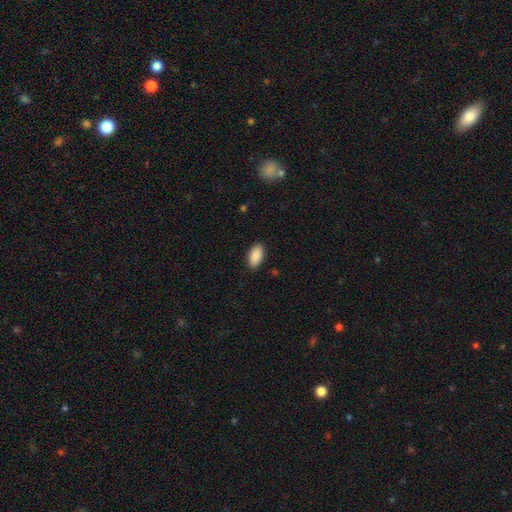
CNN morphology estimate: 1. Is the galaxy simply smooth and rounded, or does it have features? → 90% smooth, 7% star or artifact, 4% featured or disk.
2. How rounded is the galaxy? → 94% in between, 3% cigar-shaped, 3% round.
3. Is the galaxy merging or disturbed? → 89% none, 8% minor disturbance, 2% major disturbance, 1% merger.